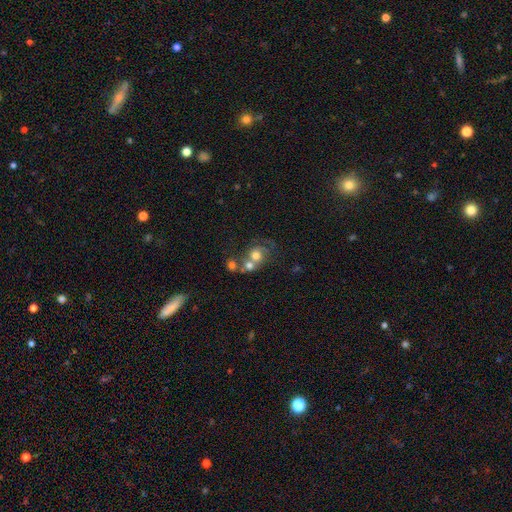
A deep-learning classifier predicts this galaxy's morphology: This appears to be a smooth galaxy with no disk features (59%) that is round (75%). Merging: merger (58%).